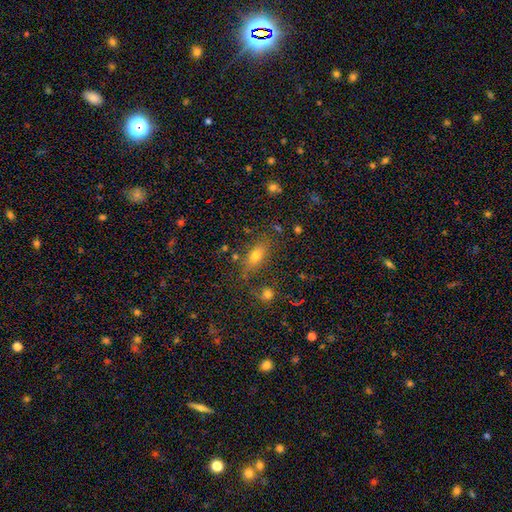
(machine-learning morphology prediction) This is likely a smooth galaxy (67%). How rounded: likely in between (74%). Merging: likely none (73%).